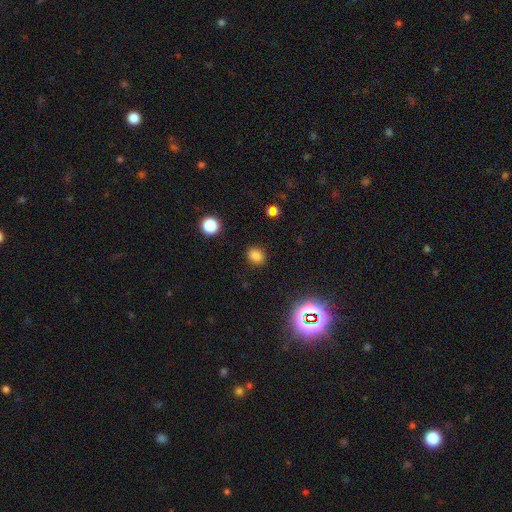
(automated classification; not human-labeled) Smooth or featured?
  - smooth: 80% *
  - star or artifact: 15%
  - featured or disk: 4%
How rounded?
  - round: 57% *
  - in between: 41%
  - cigar-shaped: 1%
Merging?
  - none: 87% *
  - minor disturbance: 8%
  - major disturbance: 3%
  - merger: 2%